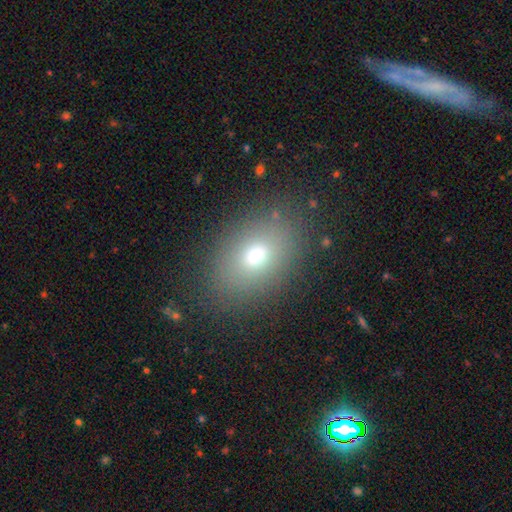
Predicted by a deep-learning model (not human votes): smooth 73%, star or artifact 14%, featured or disk 13%. Down the decision tree: how rounded — in between (80%); merging — none (86%).